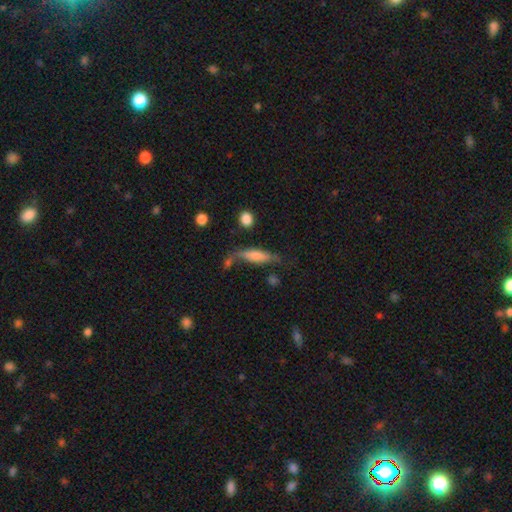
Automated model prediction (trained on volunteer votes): smooth-or-featured: smooth: 59% | featured or disk: 33% | star or artifact: 8%
  how-rounded: cigar-shaped: 61% | in between: 36% | round: 3%
  merging: none: 50% | minor disturbance: 25% | major disturbance: 13% | merger: 12%